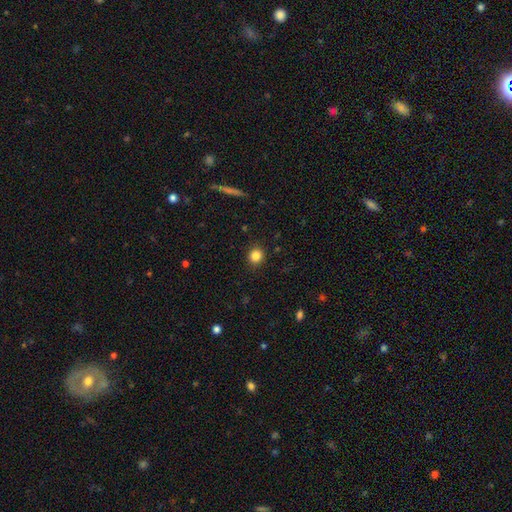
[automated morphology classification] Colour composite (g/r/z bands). It shows a smooth galaxy with no disk features (84%) that is round (88%). Merging: none (90%).